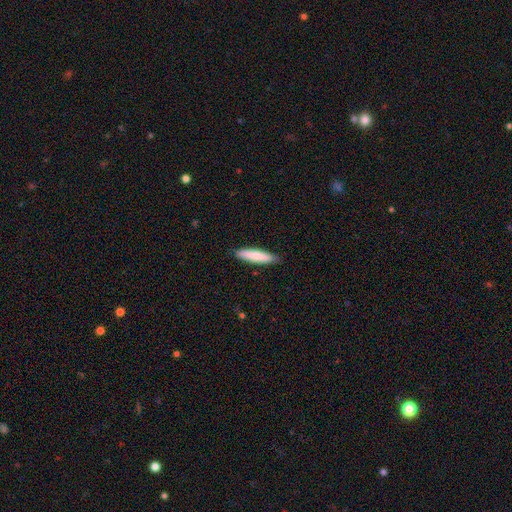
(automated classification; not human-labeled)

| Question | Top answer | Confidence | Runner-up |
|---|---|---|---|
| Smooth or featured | smooth | 80% | featured or disk (15%) |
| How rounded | cigar-shaped | 80% | in between (19%) |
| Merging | none | 87% | minor disturbance (10%) |